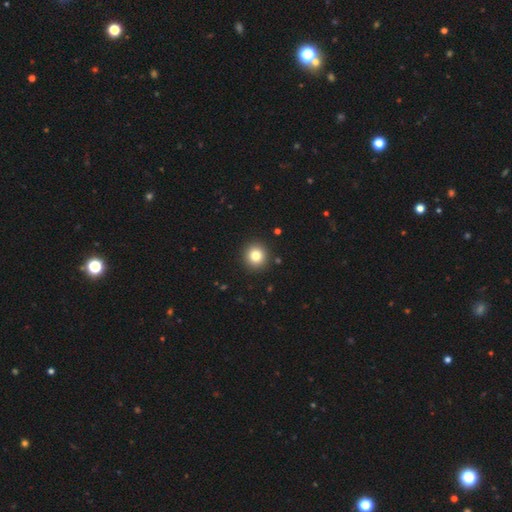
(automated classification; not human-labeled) smooth 81%, star or artifact 11%, featured or disk 7%. Down the decision tree: how rounded — round (92%); merging — none (92%).